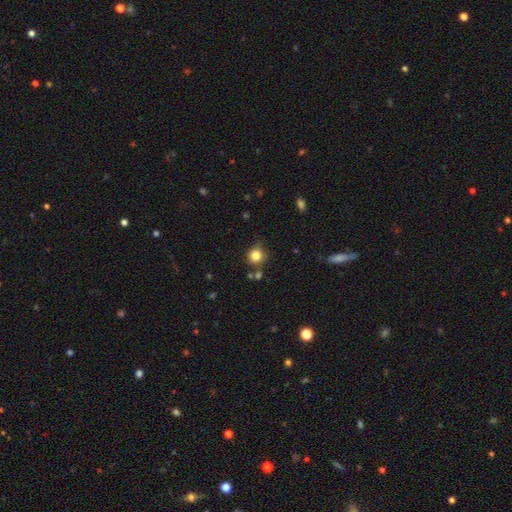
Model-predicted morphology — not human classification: Smooth or featured: smooth — 82% (star or artifact — 12%)
How rounded: round — 89% (in between — 11%)
Merging: none — 75% (minor disturbance — 15%)